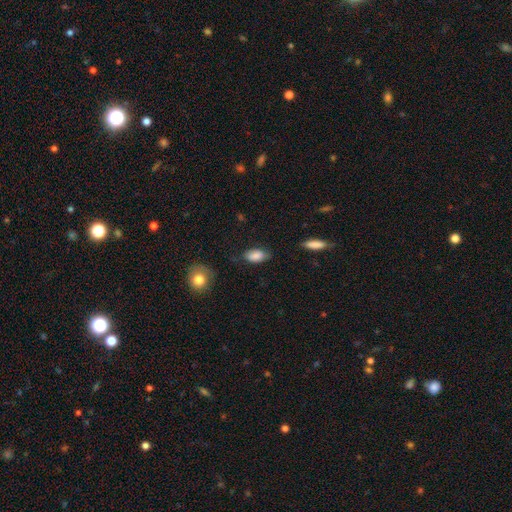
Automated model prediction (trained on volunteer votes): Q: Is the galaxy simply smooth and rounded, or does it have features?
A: smooth — 85%.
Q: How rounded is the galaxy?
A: in between — 92%.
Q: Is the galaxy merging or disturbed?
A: none — 73%.